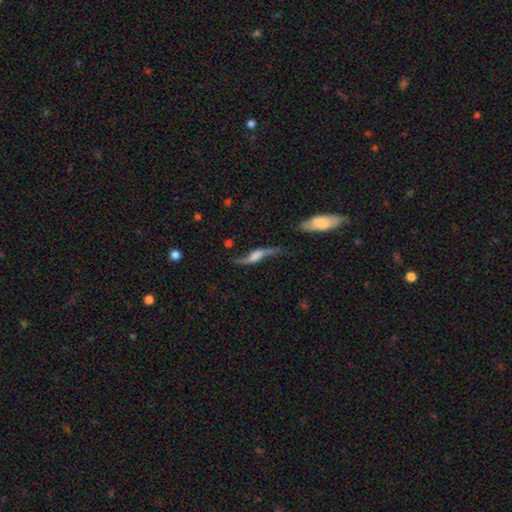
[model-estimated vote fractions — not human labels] smooth_or_featured: featured or disk (p=0.75) [alt: smooth p=0.17]
disk_edge_on: no (p=0.68) [alt: yes p=0.32]
bar: no (p=0.41) [alt: weak p=0.36]
has_spiral_arms: yes (p=0.89) [alt: no p=0.11]
bulge_size: none (p=0.31) [alt: large p=0.23]
merging: none (p=0.54) [alt: minor disturbance p=0.21]